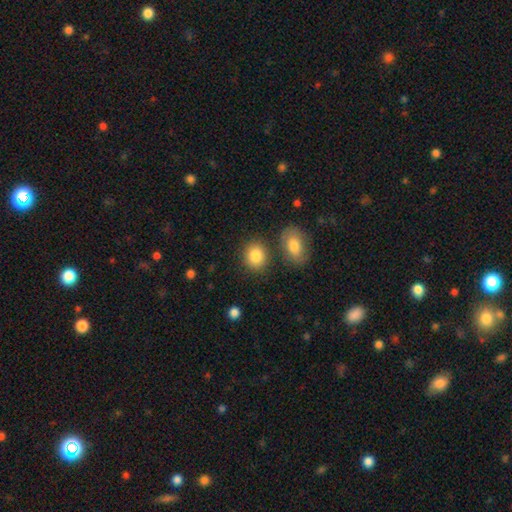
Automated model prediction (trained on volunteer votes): smooth_or_featured: smooth (p=0.85) [alt: star or artifact p=0.08]
how_rounded: round (p=0.65) [alt: in between p=0.34]
merging: none (p=0.76) [alt: merger p=0.11]